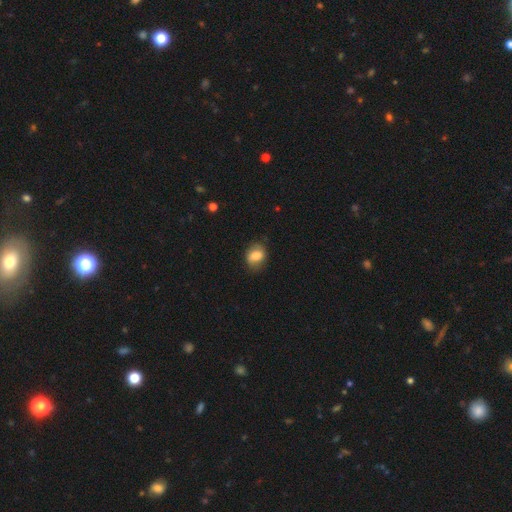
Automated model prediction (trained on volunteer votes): smooth_or_featured: smooth (p=0.74) [alt: featured or disk p=0.17]
how_rounded: in between (p=0.61) [alt: round p=0.37]
merging: none (p=0.74) [alt: minor disturbance p=0.19]